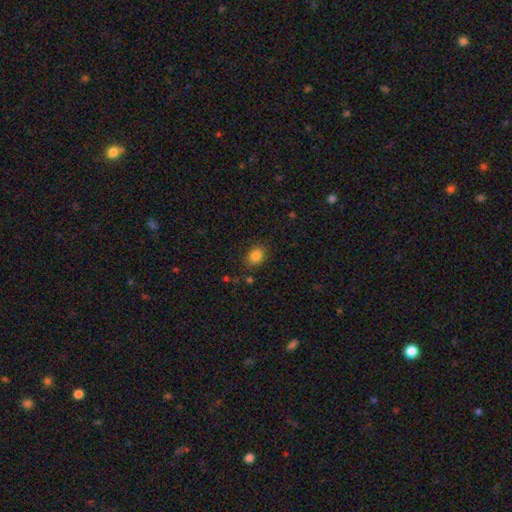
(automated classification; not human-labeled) A smooth galaxy with no disk features (84%) that is in between round and cigar-shaped (61%). Merging: none (84%).